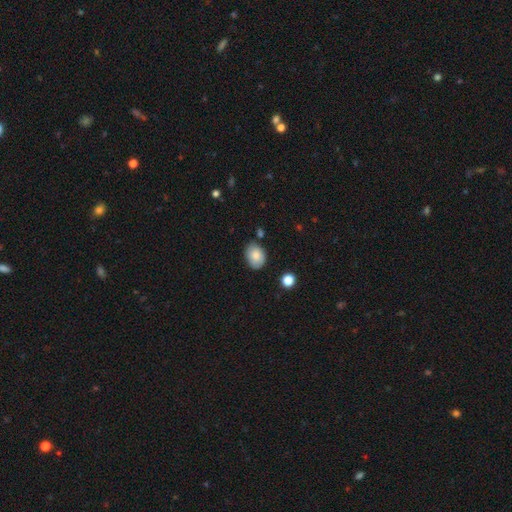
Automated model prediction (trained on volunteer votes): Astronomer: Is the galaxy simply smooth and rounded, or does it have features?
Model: smooth — 82%.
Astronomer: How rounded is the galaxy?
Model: in between — 69%.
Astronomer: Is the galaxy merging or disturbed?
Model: none — 75%.